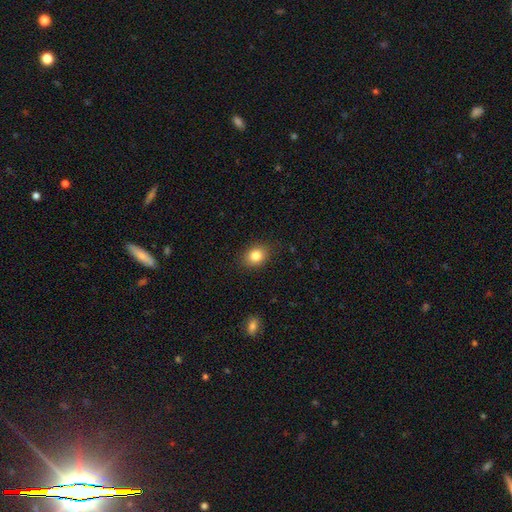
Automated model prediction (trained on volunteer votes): smooth-or-featured: smooth: 84% | star or artifact: 10% | featured or disk: 7%
  how-rounded: in between: 54% | round: 45% | cigar-shaped: 1%
  merging: none: 86% | minor disturbance: 10% | major disturbance: 3% | merger: 1%